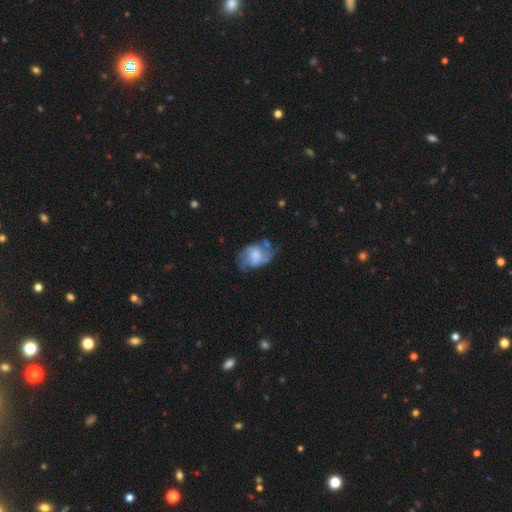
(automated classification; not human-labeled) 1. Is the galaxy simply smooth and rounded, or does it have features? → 51% featured or disk, 41% smooth, 7% star or artifact.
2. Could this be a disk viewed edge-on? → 96% no, 4% yes.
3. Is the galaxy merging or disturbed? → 39% none, 31% minor disturbance, 24% major disturbance, 6% merger.